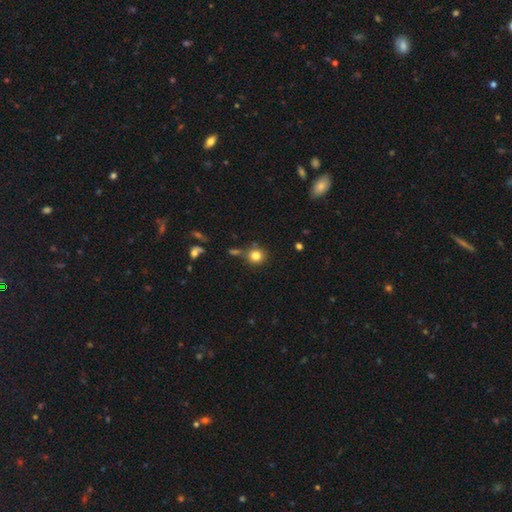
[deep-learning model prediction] Smooth or featured?
  - smooth: 81% *
  - star or artifact: 12%
  - featured or disk: 7%
How rounded?
  - round: 89% *
  - in between: 10%
  - cigar-shaped: 1%
Merging?
  - none: 75% *
  - minor disturbance: 12%
  - merger: 10%
  - major disturbance: 4%